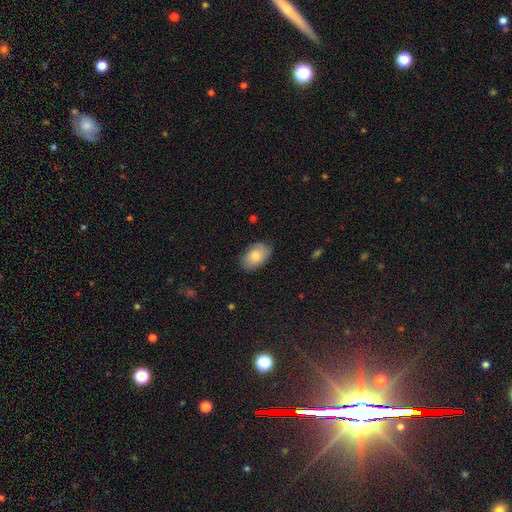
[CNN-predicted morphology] Overall: smooth (83%). How rounded: in between (92%). Merging: none (83%).